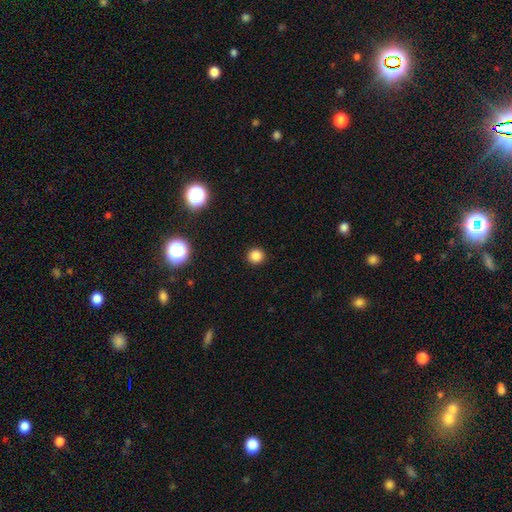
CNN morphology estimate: Q: Smooth or featured?
A: smooth (83%); runner-up: star or artifact (14%)
Q: How rounded?
A: round (92%); runner-up: in between (7%)
Q: Merging?
A: none (92%); runner-up: minor disturbance (5%)